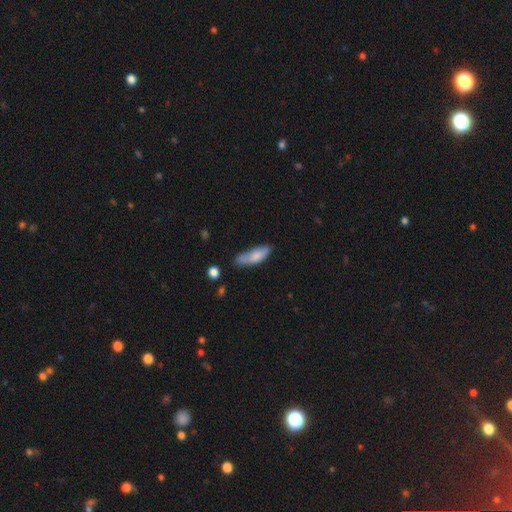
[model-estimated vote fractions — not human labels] A smooth galaxy with no disk features (76%) that is in between round and cigar-shaped (60%). Merging: none (45%).